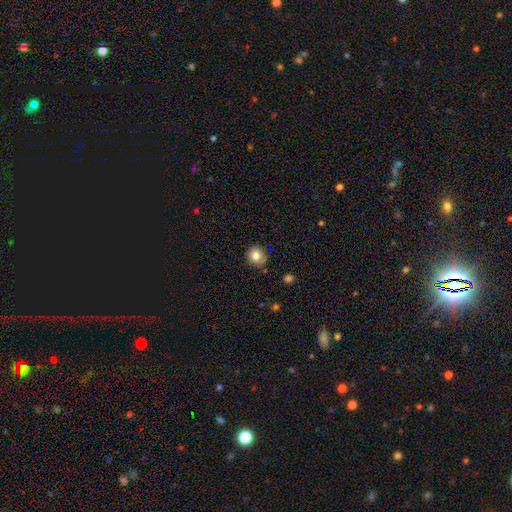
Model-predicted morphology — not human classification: smooth 82%, star or artifact 10%, featured or disk 8%. Down the decision tree: how rounded — round (84%); merging — none (84%).